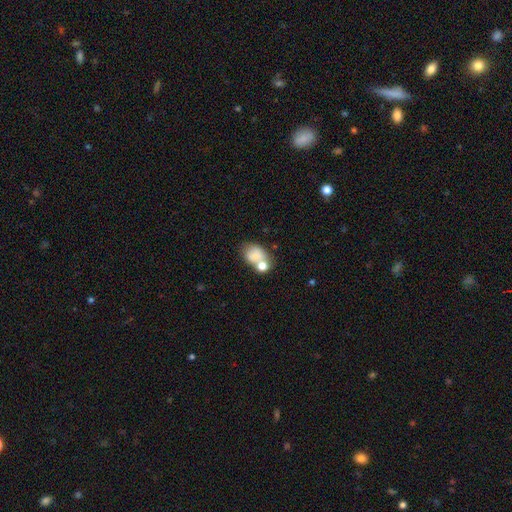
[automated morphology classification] Smooth or featured: smooth — 74% (featured or disk — 15%)
How rounded: in between — 66% (round — 33%)
Merging: merger — 41% (none — 34%)